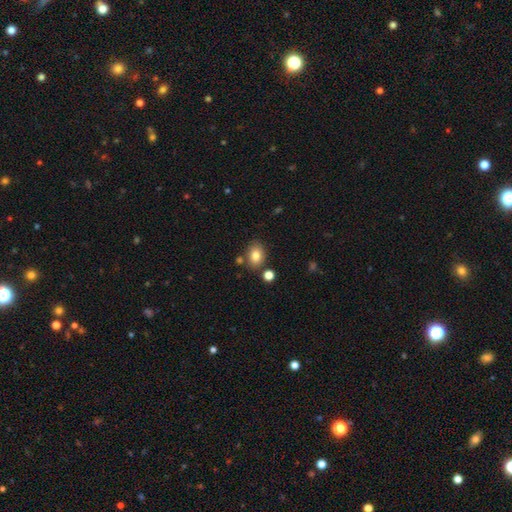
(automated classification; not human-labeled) The model was most divided on "how rounded": in between: 70%, round: 29%, cigar-shaped: 1%. More confident: smooth or featured — smooth (81%); merging — none (76%).